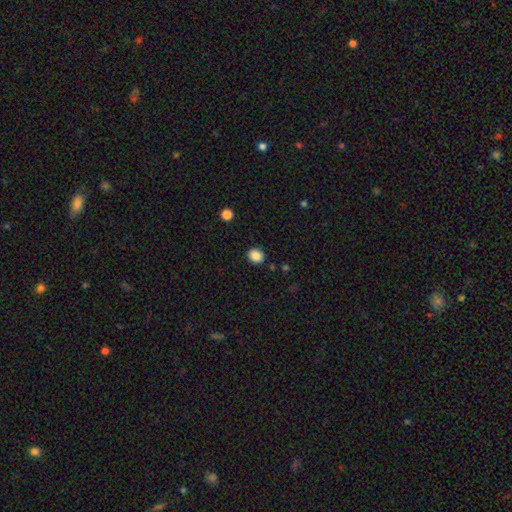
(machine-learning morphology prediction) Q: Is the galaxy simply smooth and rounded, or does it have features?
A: smooth — 87%.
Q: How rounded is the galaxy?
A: round — 66%.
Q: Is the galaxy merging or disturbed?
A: none — 89%.